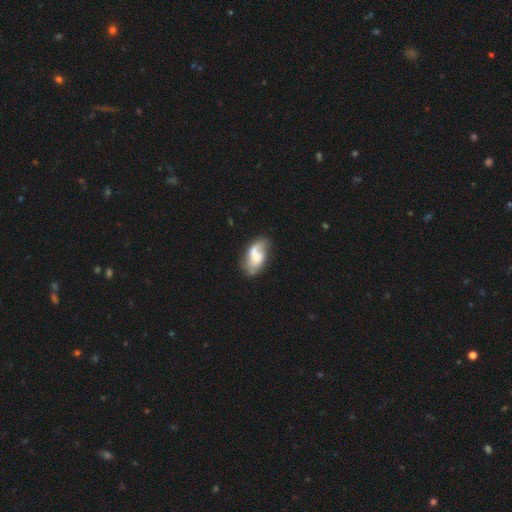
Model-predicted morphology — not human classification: Smooth or featured?
  - featured or disk: 51% *
  - smooth: 42%
  - star or artifact: 8%
Edge-on disk?
  - no: 95% *
  - yes: 5%
Merging?
  - none: 49% *
  - minor disturbance: 27%
  - major disturbance: 19%
  - merger: 6%